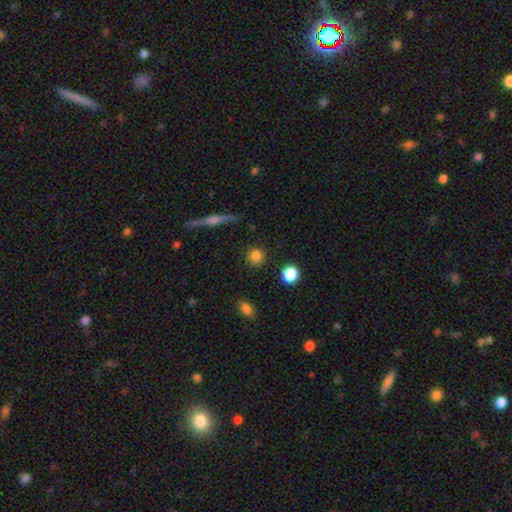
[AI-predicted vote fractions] smooth 83%, star or artifact 11%, featured or disk 6%. Down the decision tree: how rounded — round (92%); merging — none (89%).